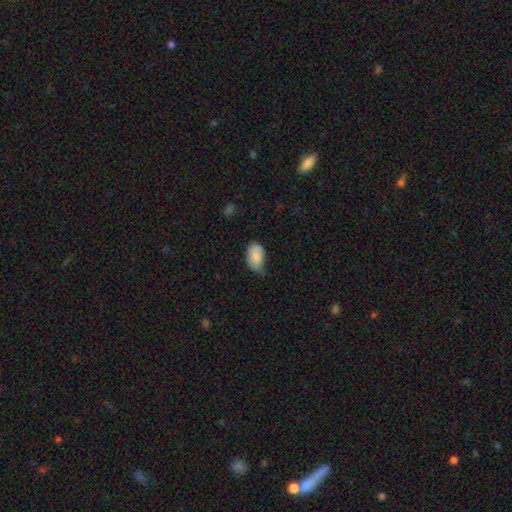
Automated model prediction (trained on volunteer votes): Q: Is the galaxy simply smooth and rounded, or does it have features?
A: smooth — 84%.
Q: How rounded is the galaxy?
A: in between — 90%.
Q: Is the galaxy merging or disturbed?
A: minor disturbance — 46%.